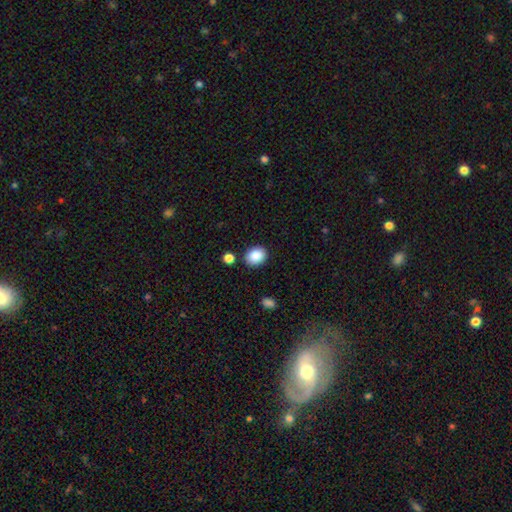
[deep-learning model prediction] Overall: smooth (88%). How rounded: in between (55%; round 44%). Merging: none (84%).